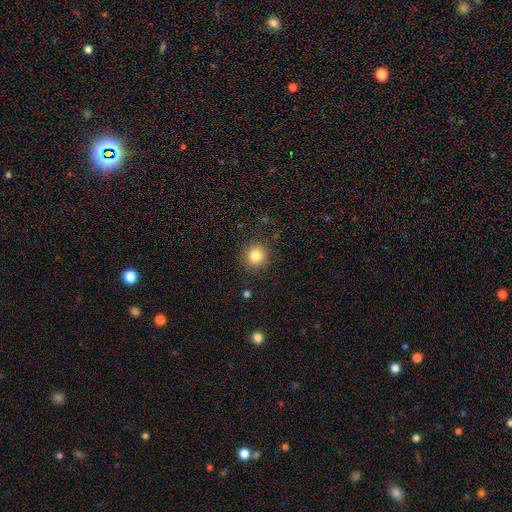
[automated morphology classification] Smooth or featured: smooth — 82% (star or artifact — 11%)
How rounded: round — 93% (in between — 6%)
Merging: none — 90% (minor disturbance — 7%)